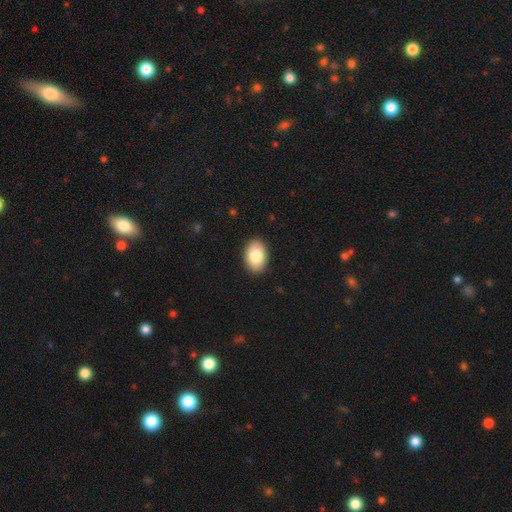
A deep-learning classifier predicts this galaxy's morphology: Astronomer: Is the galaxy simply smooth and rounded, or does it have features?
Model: smooth — 84%.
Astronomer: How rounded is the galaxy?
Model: in between — 88%.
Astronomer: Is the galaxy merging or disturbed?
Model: none — 90%.